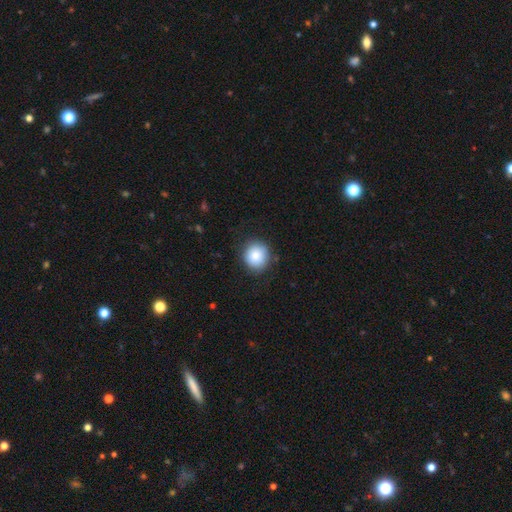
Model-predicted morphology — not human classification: This is clearly a smooth galaxy (82%). How rounded: clearly round (89%). Merging: clearly none (85%).